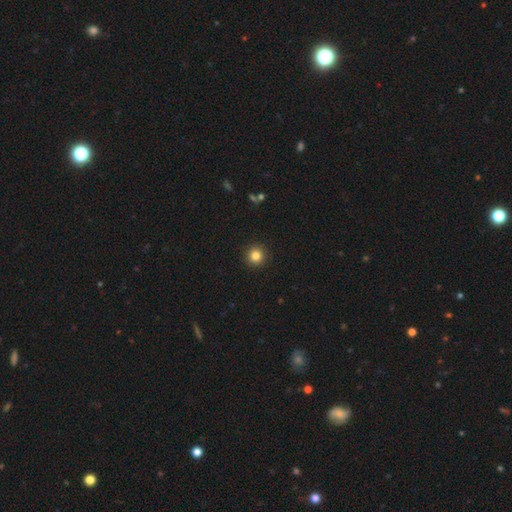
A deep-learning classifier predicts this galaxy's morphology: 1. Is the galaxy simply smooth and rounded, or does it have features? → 84% smooth, 11% star or artifact, 5% featured or disk.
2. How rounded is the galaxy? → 96% round, 4% in between, 1% cigar-shaped.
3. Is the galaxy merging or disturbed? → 93% none, 4% minor disturbance, 2% major disturbance, 1% merger.